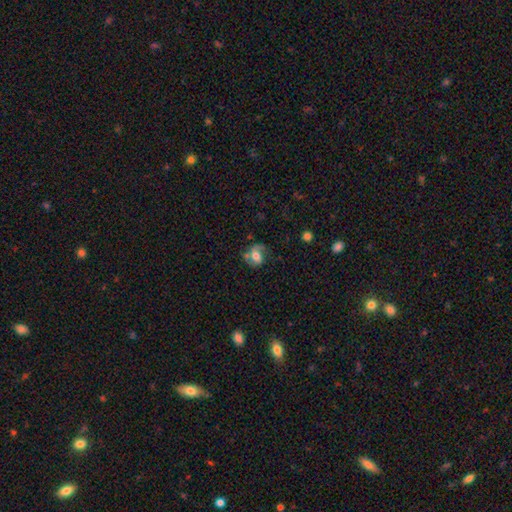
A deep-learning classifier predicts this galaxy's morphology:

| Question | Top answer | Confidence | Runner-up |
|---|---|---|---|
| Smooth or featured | featured or disk | 48% | smooth (43%) |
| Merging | none | 49% | minor disturbance (25%) |